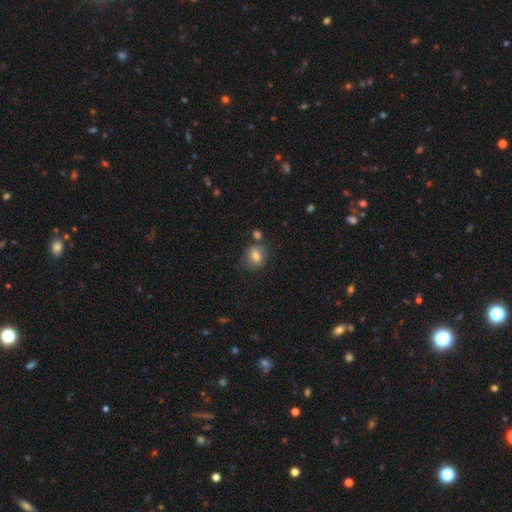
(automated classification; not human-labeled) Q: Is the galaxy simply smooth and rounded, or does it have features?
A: smooth — 76%.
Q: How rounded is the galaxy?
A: round — 61%.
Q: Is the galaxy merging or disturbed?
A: none — 69%.